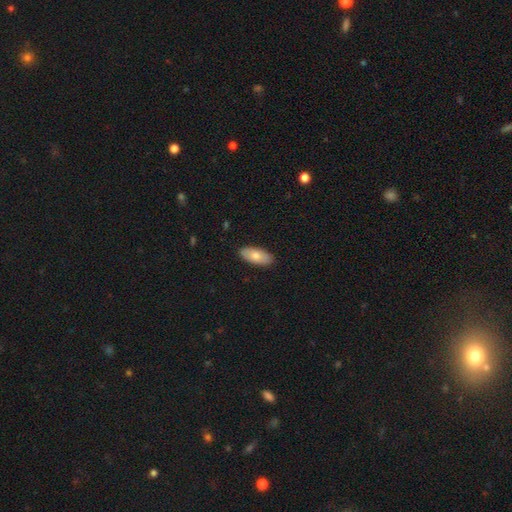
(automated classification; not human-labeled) Smooth or featured?
  - smooth: 78% *
  - featured or disk: 16%
  - star or artifact: 6%
How rounded?
  - in between: 90% *
  - cigar-shaped: 8%
  - round: 2%
Merging?
  - none: 89% *
  - minor disturbance: 9%
  - major disturbance: 2%
  - merger: 1%